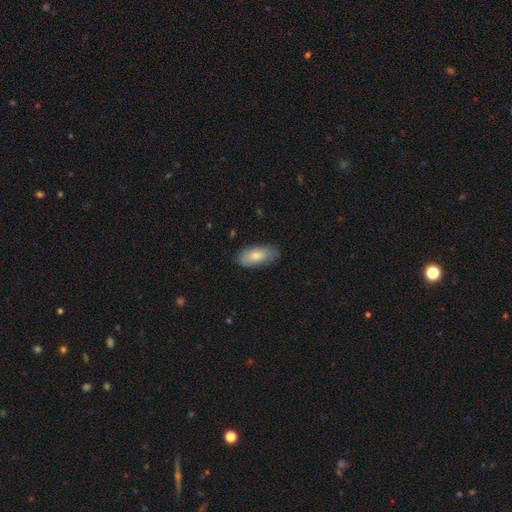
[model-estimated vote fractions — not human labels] smooth_or_featured: smooth (p=0.75) [alt: featured or disk p=0.19]
how_rounded: in between (p=0.90) [alt: cigar-shaped p=0.07]
merging: none (p=0.80) [alt: minor disturbance p=0.16]